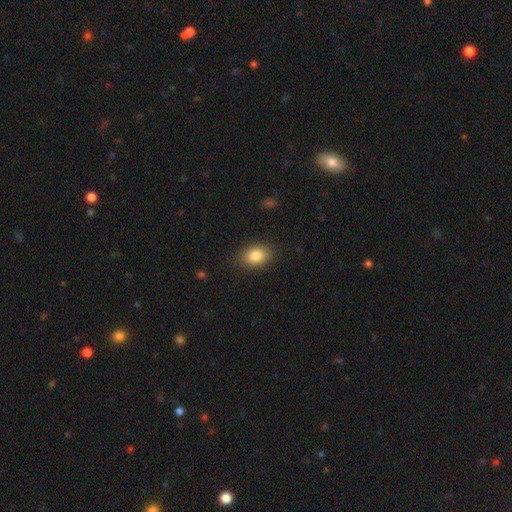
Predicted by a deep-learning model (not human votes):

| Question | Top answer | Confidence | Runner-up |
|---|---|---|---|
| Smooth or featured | smooth | 84% | star or artifact (9%) |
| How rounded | in between | 74% | round (25%) |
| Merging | none | 86% | minor disturbance (10%) |